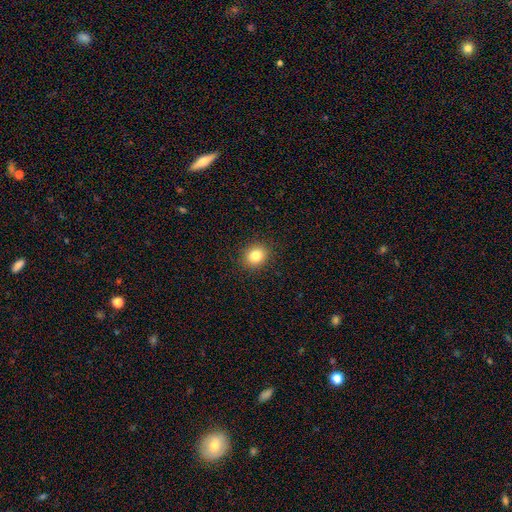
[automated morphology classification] Smooth or featured? smooth (82%)
How rounded? round (77%)
Merging? none (91%)